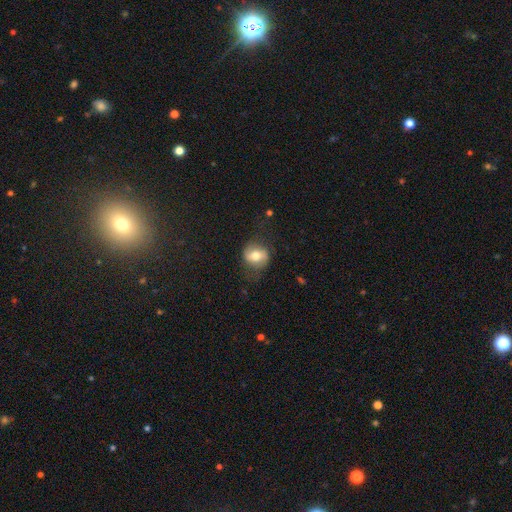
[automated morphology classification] smooth 55%, featured or disk 37%, star or artifact 8%. Down the decision tree: how rounded — round (54%); merging — none (68%).